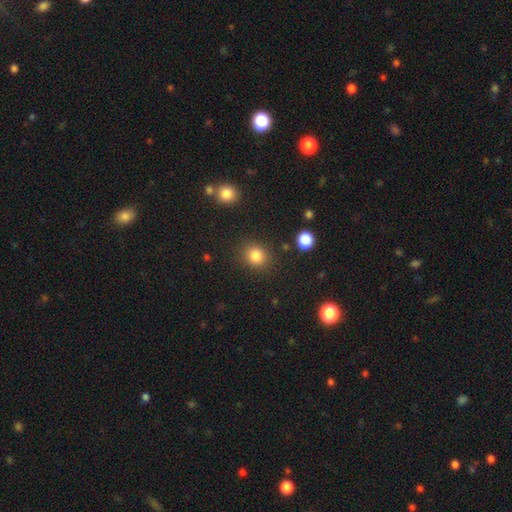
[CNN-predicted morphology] Smooth or featured? Predicted: smooth (p=0.84). How rounded? Predicted: round (p=0.74). Merging? Predicted: none (p=0.85).